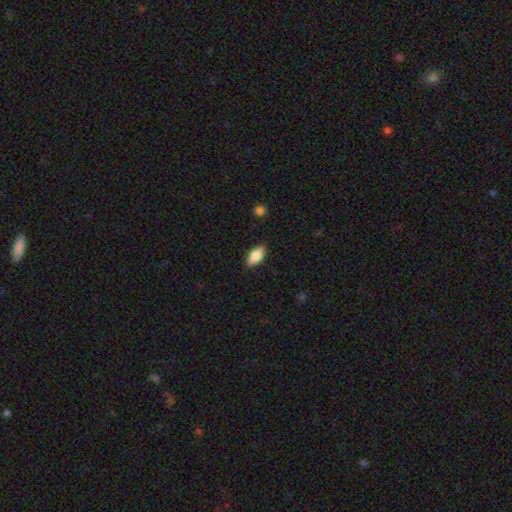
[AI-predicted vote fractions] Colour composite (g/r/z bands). It shows a smooth galaxy with no disk features (77%) that is in between round and cigar-shaped (86%). Merging: none (86%).